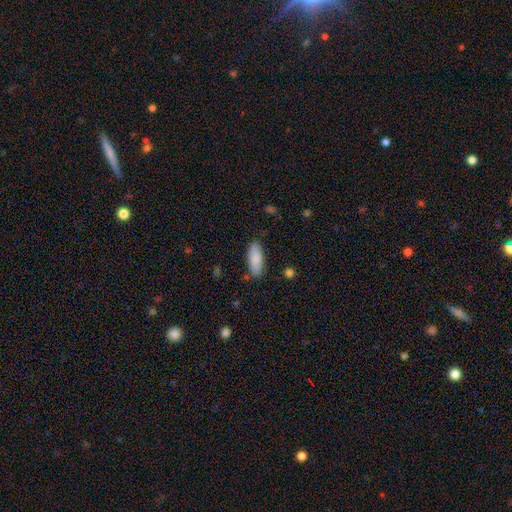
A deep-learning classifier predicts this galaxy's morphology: This is clearly a smooth galaxy (85%). How rounded: likely in between (70%). Merging: clearly none (85%).